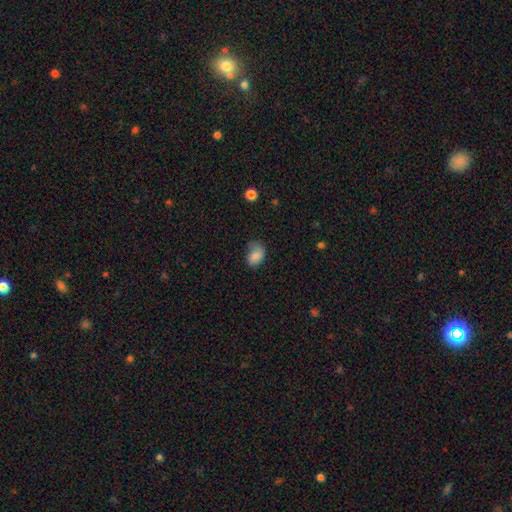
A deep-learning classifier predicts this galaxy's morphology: A smooth galaxy with no disk features (81%) that is in between round and cigar-shaped (79%).

Vote fractions:
- Smooth or featured? smooth: 81% / featured or disk: 10% / star or artifact: 9%
- How rounded? in between: 79% / round: 20% / cigar-shaped: 1%
- Merging? none: 46% / minor disturbance: 36% / major disturbance: 16% / merger: 2%